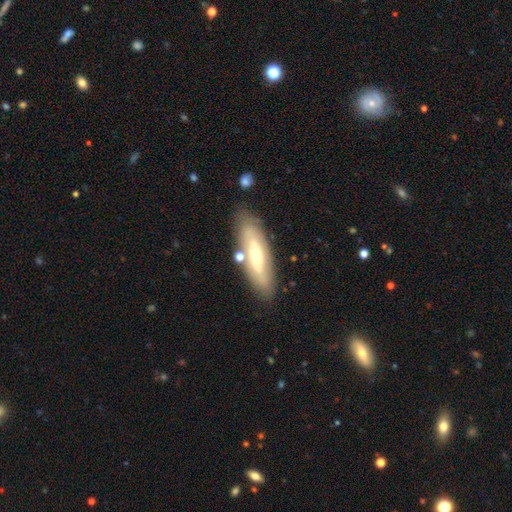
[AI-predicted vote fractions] Smooth or featured? Predicted: featured or disk (p=0.57). Edge-on disk? Predicted: no (p=0.66). Merging? Predicted: none (p=0.78).